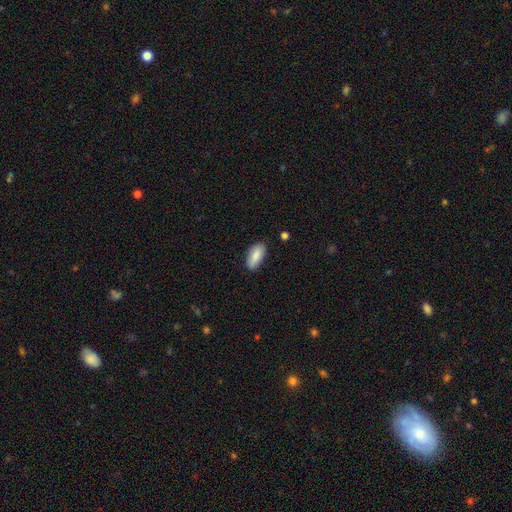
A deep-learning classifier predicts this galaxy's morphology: Smooth or featured?
  - smooth: 85% *
  - featured or disk: 8%
  - star or artifact: 6%
How rounded?
  - in between: 88% *
  - cigar-shaped: 10%
  - round: 2%
Merging?
  - none: 82% *
  - minor disturbance: 14%
  - major disturbance: 2%
  - merger: 2%